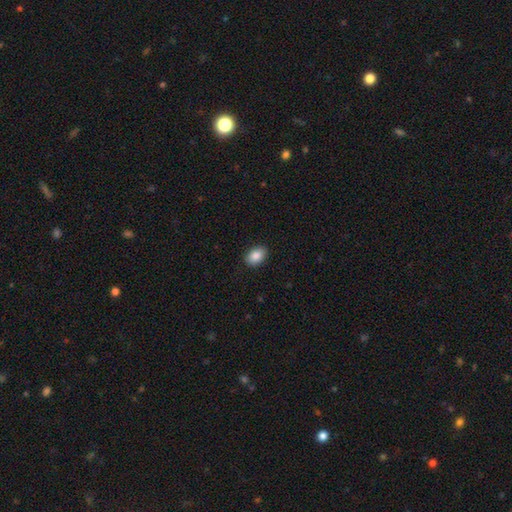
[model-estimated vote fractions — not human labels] Smooth or featured: smooth — 88% (star or artifact — 7%)
How rounded: in between — 86% (round — 13%)
Merging: none — 89% (minor disturbance — 8%)